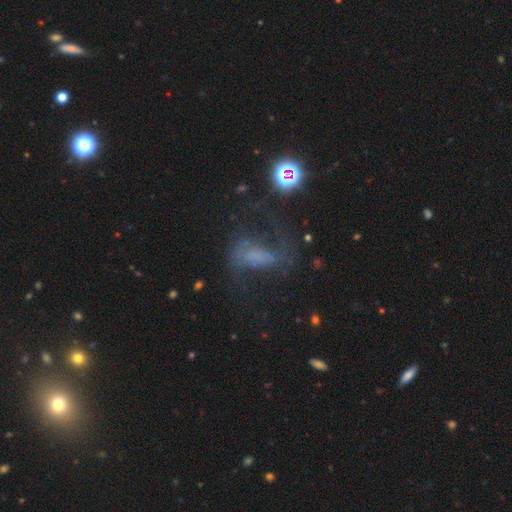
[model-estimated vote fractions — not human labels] Q: Smooth or featured?
A: featured or disk (55%); runner-up: smooth (23%)
Q: Edge-on disk?
A: no (94%); runner-up: yes (6%)
Q: Bar?
A: no (42%); runner-up: weak (35%)
Q: Spiral arms?
A: yes (71%); runner-up: no (29%)
Q: Bulge size?
A: none (57%); runner-up: small (18%)
Q: Merging?
A: none (45%); runner-up: major disturbance (32%)